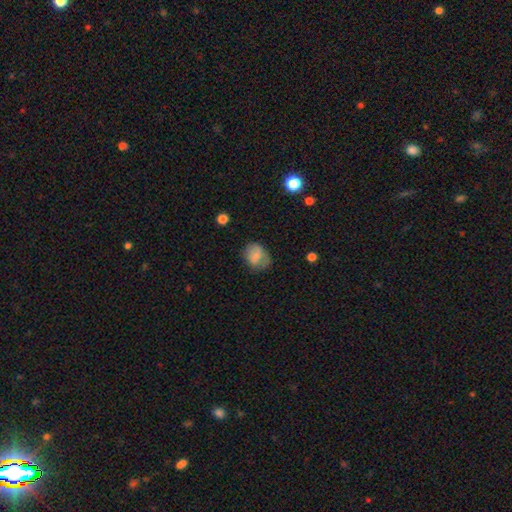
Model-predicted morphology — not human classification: type=smooth (74%); roundness=in between (51%); merging=none (56%).